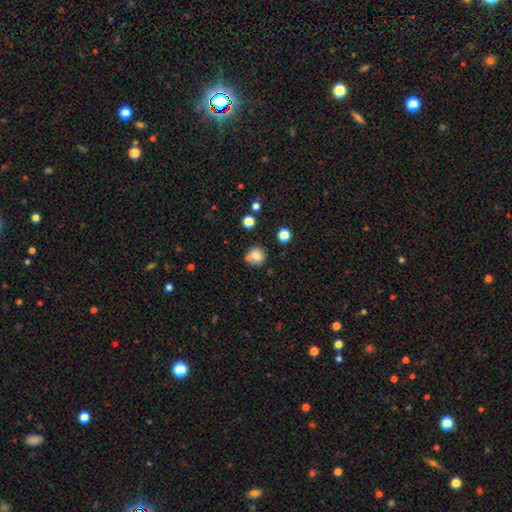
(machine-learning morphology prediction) This is likely a smooth galaxy (79%). How rounded: clearly round (86%). Merging: likely none (65%).